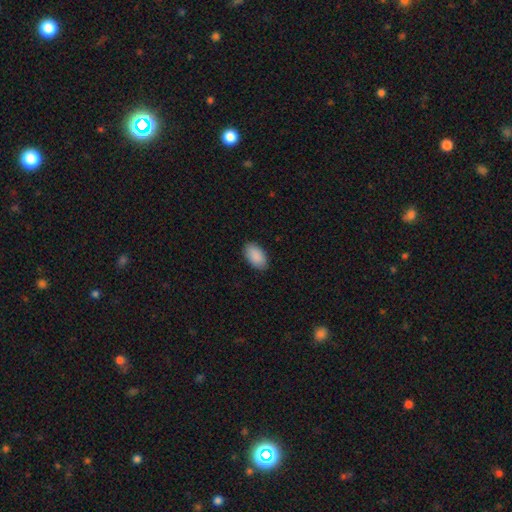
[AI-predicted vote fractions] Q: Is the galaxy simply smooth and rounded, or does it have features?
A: smooth — 91%.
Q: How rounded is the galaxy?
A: in between — 95%.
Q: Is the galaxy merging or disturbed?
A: none — 88%.